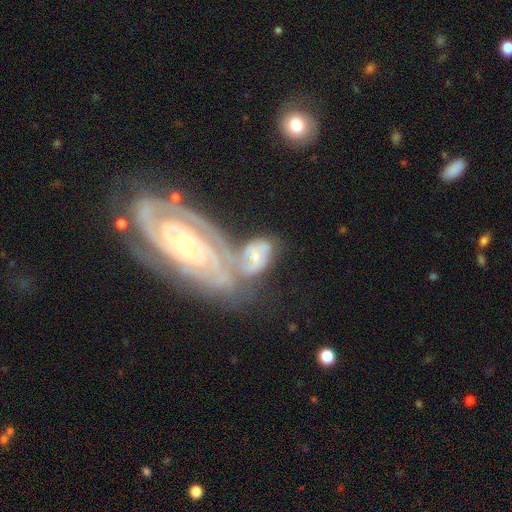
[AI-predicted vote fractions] Q: Smooth or featured?
A: featured or disk (71%); runner-up: smooth (22%)
Q: Edge-on disk?
A: no (96%); runner-up: yes (4%)
Q: Bar?
A: no (44%); runner-up: weak (39%)
Q: Spiral arms?
A: yes (89%); runner-up: no (11%)
Q: Spiral winding?
A: tight (58%); runner-up: medium (32%)
Q: Spiral arm count?
A: 2 (36%); runner-up: can't tell (33%)
Q: Bulge size?
A: small (51%); runner-up: moderate (41%)
Q: Merging?
A: merger (63%); runner-up: none (17%)